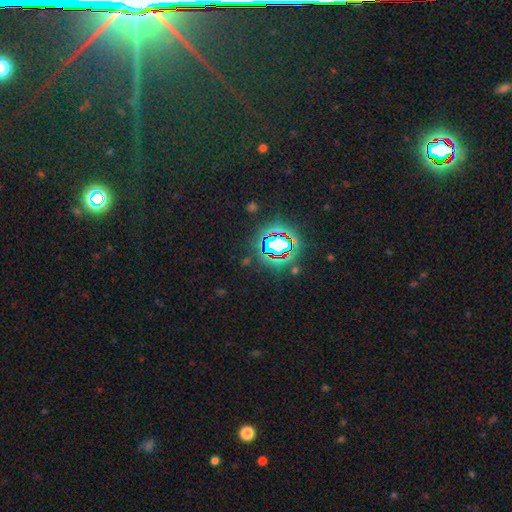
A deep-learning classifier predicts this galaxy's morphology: Overall: star or artifact (82%).